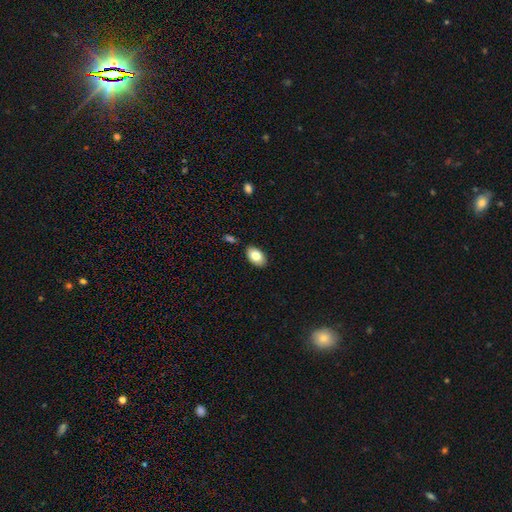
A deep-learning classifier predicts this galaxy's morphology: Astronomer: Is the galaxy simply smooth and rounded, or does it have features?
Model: smooth — 83%.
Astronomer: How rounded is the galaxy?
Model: in between — 92%.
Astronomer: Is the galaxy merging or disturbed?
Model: none — 86%.